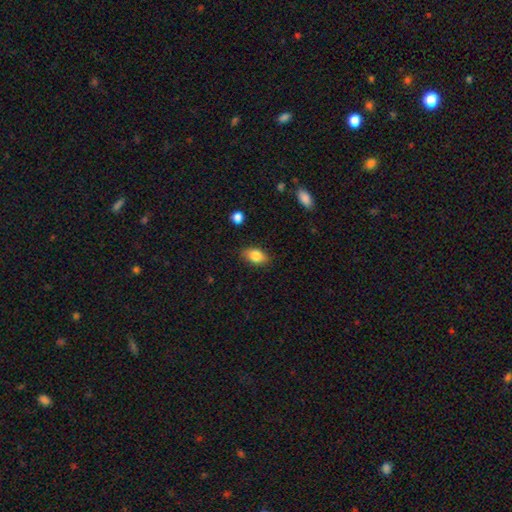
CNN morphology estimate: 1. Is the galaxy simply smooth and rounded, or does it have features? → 82% smooth, 10% featured or disk, 8% star or artifact.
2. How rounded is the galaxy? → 86% in between, 11% round, 3% cigar-shaped.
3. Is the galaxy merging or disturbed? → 83% none, 13% minor disturbance, 3% major disturbance, 1% merger.